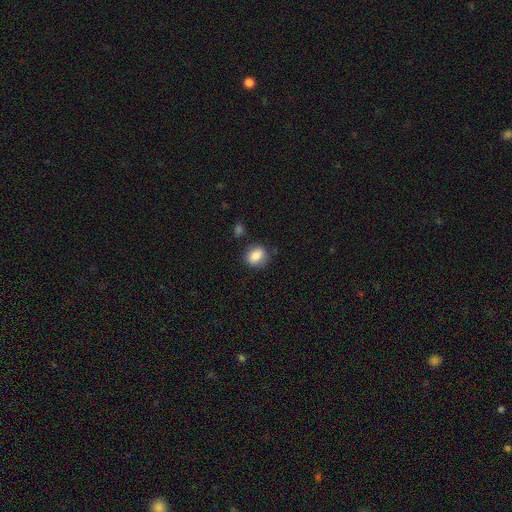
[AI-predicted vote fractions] smooth_or_featured: smooth (p=0.83) [alt: star or artifact p=0.08]
how_rounded: in between (p=0.49) [tied with: round p=0.49]
merging: none (p=0.78) [alt: minor disturbance p=0.15]